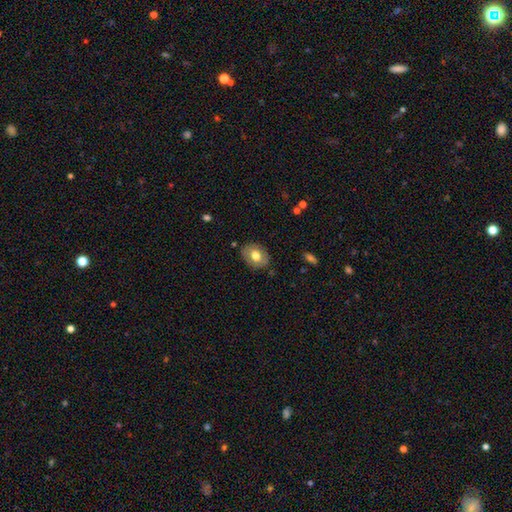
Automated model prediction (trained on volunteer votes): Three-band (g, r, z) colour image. It shows a smooth galaxy with no disk features (62%) that is in between round and cigar-shaped (65%). Merging: none (81%).